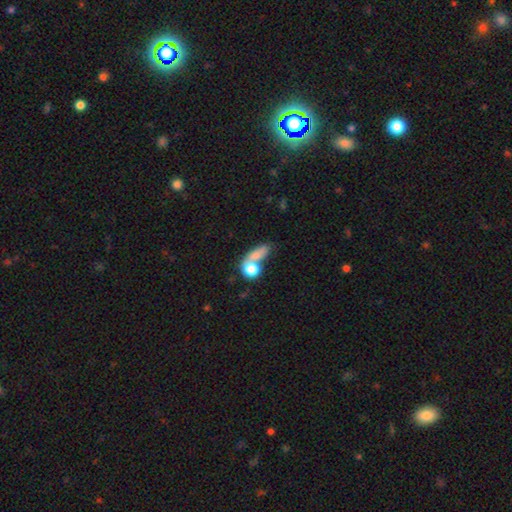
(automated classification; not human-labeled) The model was most divided on "how rounded": in between: 45%, round: 40%, cigar-shaped: 15%. More confident: smooth or featured — smooth (71%); merging — merger (50%).